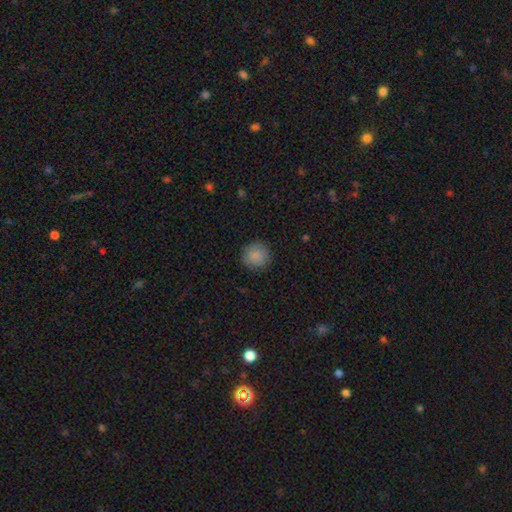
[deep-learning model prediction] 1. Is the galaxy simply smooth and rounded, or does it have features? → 87% smooth, 8% star or artifact, 5% featured or disk.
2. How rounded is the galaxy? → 93% round, 6% in between, 1% cigar-shaped.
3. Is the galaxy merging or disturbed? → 87% none, 9% minor disturbance, 2% major disturbance, 1% merger.